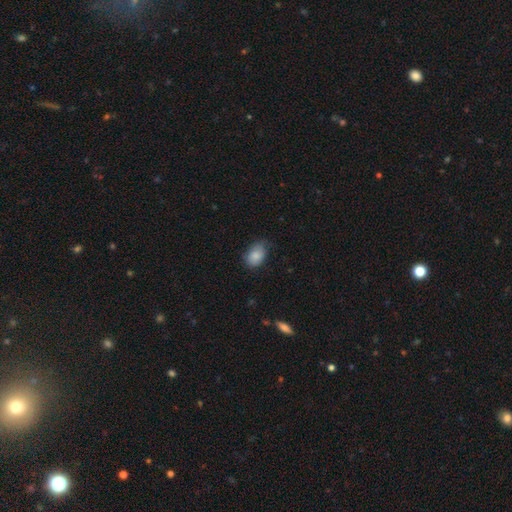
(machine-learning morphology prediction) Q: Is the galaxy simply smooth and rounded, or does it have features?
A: smooth — 85%.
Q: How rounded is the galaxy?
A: in between — 81%.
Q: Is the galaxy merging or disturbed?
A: none — 63%.